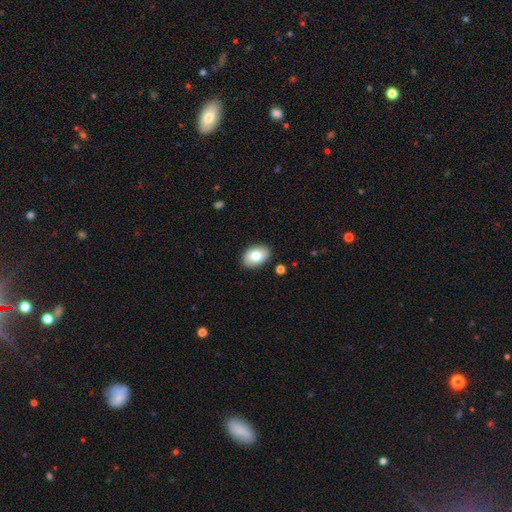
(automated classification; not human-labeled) Smooth or featured: smooth — 79% (featured or disk — 15%)
How rounded: in between — 84% (round — 15%)
Merging: none — 87% (minor disturbance — 9%)